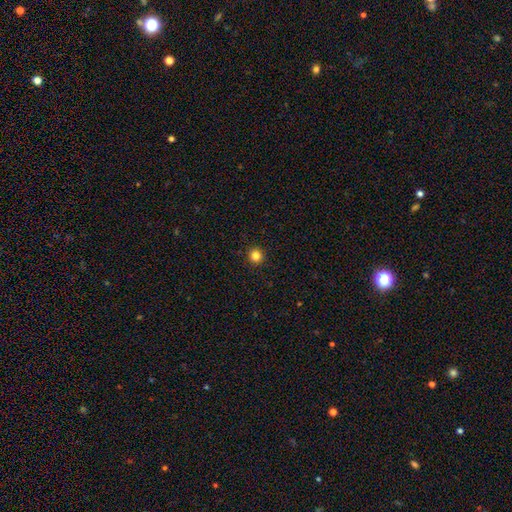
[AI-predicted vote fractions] This is clearly a smooth galaxy (83%). How rounded: clearly round (96%). Merging: clearly none (93%).